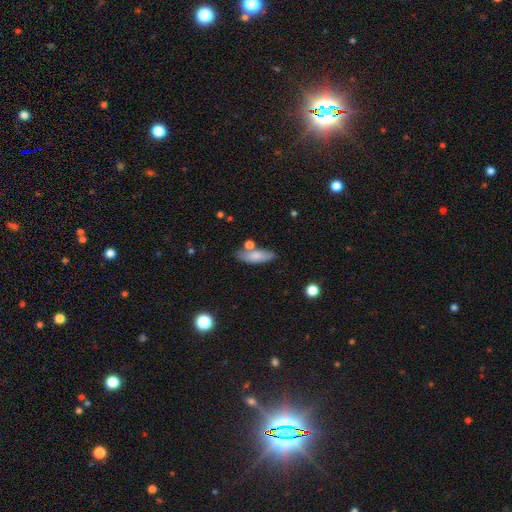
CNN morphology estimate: smooth_or_featured: smooth (p=0.78) [alt: featured or disk p=0.15]
how_rounded: in between (p=0.60) [alt: cigar-shaped p=0.37]
merging: none (p=0.70) [alt: minor disturbance p=0.15]